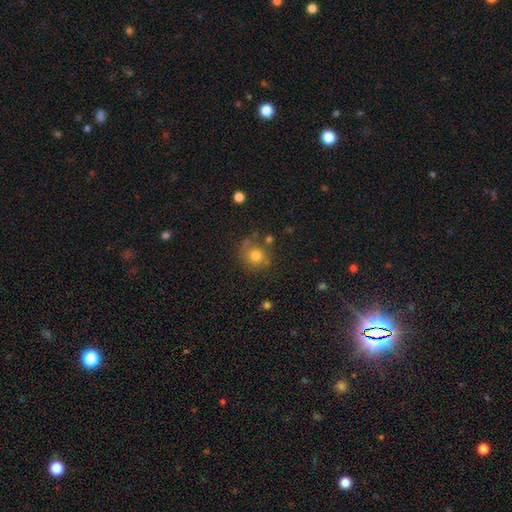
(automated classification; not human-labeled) Overall: smooth (76%). How rounded: round (88%). Merging: none (70%).